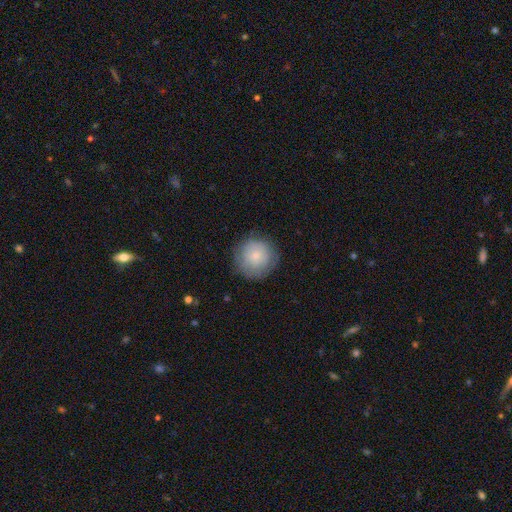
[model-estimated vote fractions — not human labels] Smooth or featured? Predicted: smooth (p=0.76). How rounded? Predicted: round (p=0.95). Merging? Predicted: none (p=0.82).